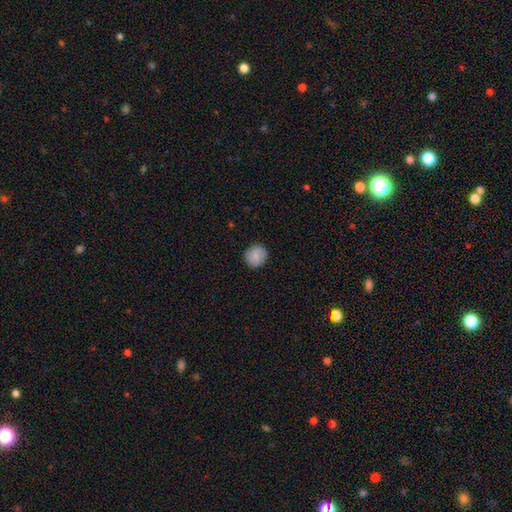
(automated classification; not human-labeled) A smooth galaxy with no disk features (80%) that is round (88%). Merging: none (89%).